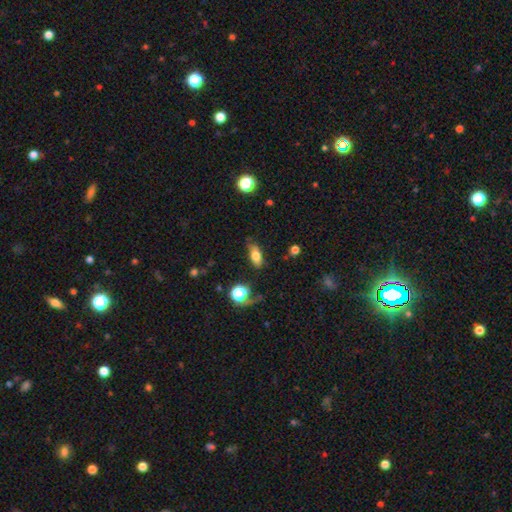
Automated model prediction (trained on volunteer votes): smooth 72%, featured or disk 18%, star or artifact 10%. Down the decision tree: how rounded — in between (79%); merging — none (67%).